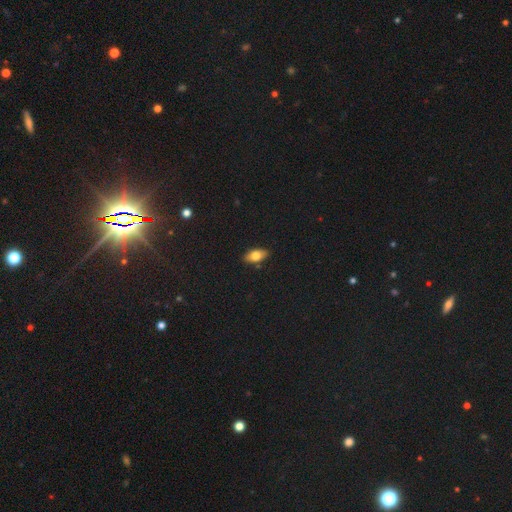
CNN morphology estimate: Smooth or featured? smooth (76%)
How rounded? in between (90%)
Merging? none (86%)